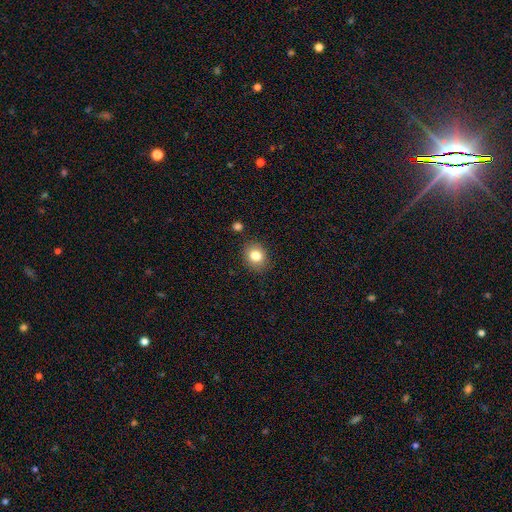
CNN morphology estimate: type=smooth (82%); roundness=round (67%); merging=none (85%).